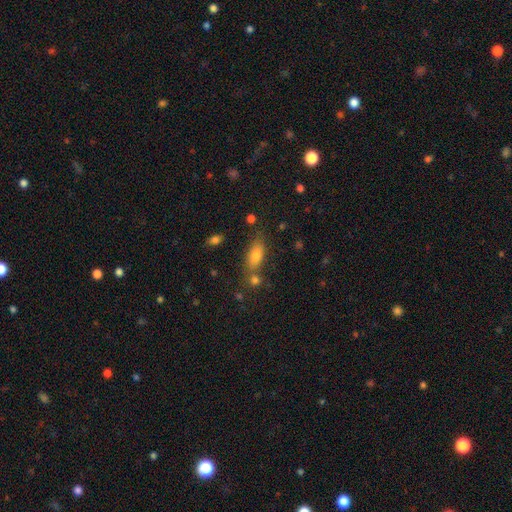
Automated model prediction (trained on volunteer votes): Q: Smooth or featured?
A: smooth (76%); runner-up: featured or disk (13%)
Q: How rounded?
A: in between (77%); runner-up: cigar-shaped (17%)
Q: Merging?
A: none (66%); runner-up: merger (15%)